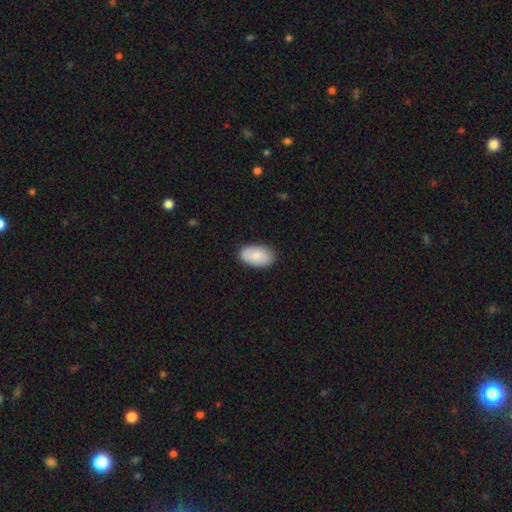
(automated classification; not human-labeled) Smooth or featured?
  - smooth: 83% *
  - featured or disk: 11%
  - star or artifact: 6%
How rounded?
  - in between: 94% *
  - round: 4%
  - cigar-shaped: 2%
Merging?
  - none: 86% *
  - minor disturbance: 11%
  - major disturbance: 2%
  - merger: 1%